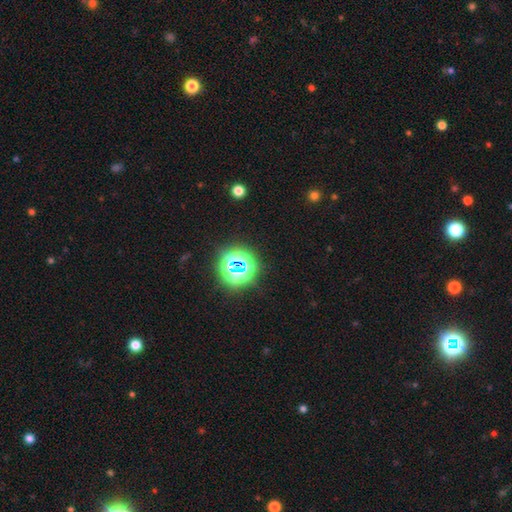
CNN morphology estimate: Smooth or featured?
  - star or artifact: 77% *
  - smooth: 17%
  - featured or disk: 6%